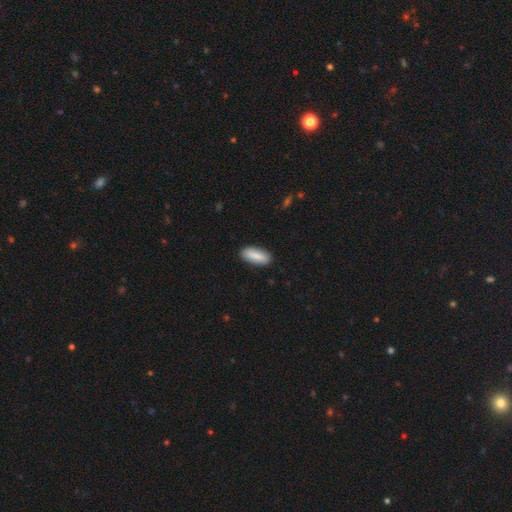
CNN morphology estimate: Smooth or featured: smooth — 85% (featured or disk — 10%)
How rounded: in between — 75% (cigar-shaped — 23%)
Merging: none — 88% (minor disturbance — 9%)